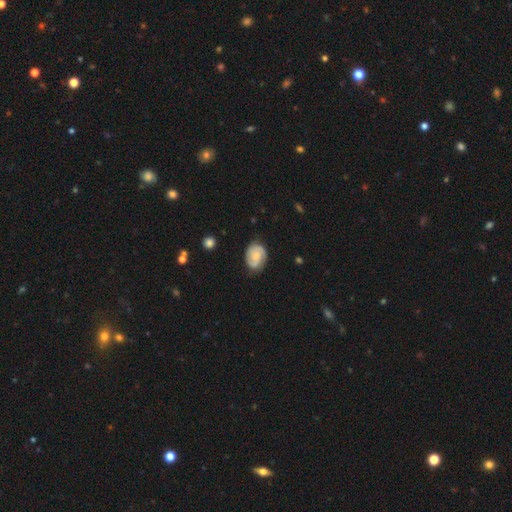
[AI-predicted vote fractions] The model was most divided on "spiral winding": tight: 48%, medium: 39%, loose: 13%. Remaining: edge-on disk — no (97%); spiral arms — yes (90%); merging — none (73%); spiral arm count — 2 (71%); bar — no (61%); smooth or featured — featured or disk (57%); bulge size — small (48%).